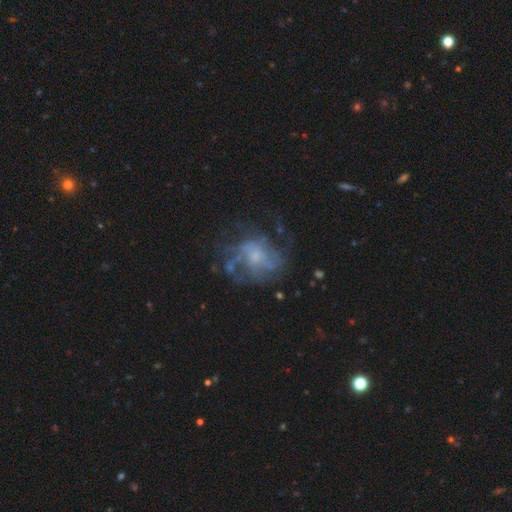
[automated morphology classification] featured or disk 71%, smooth 17%, star or artifact 12%. Down the decision tree: edge-on disk — no (97%); bar — no (71%); spiral arms — yes (69%); bulge size — small (47%); merging — none (54%).